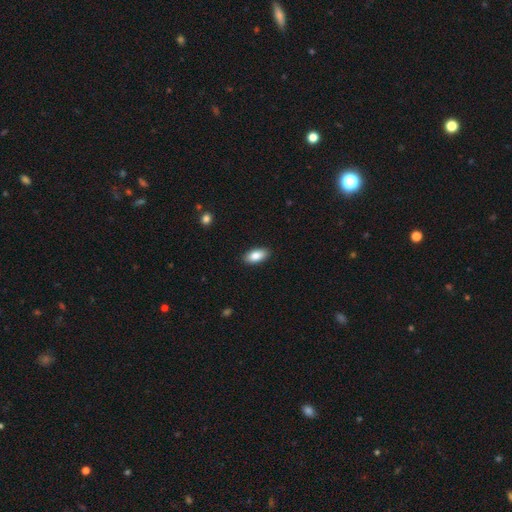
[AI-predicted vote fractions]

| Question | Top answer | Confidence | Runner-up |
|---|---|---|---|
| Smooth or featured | smooth | 86% | featured or disk (8%) |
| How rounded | in between | 92% | cigar-shaped (6%) |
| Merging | none | 89% | minor disturbance (8%) |